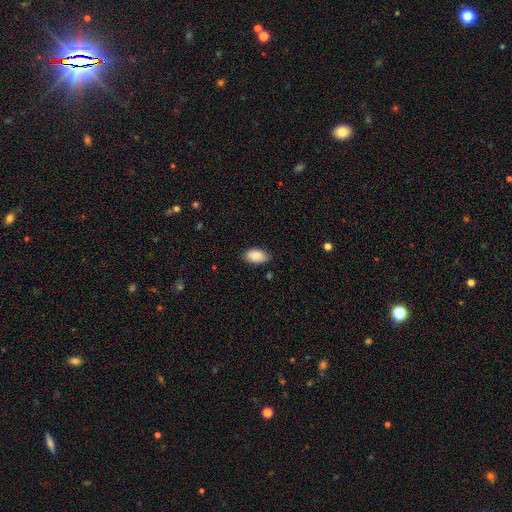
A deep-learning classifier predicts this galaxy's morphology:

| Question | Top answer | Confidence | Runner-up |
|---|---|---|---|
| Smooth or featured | smooth | 88% | star or artifact (6%) |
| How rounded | in between | 94% | round (4%) |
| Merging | none | 79% | minor disturbance (17%) |